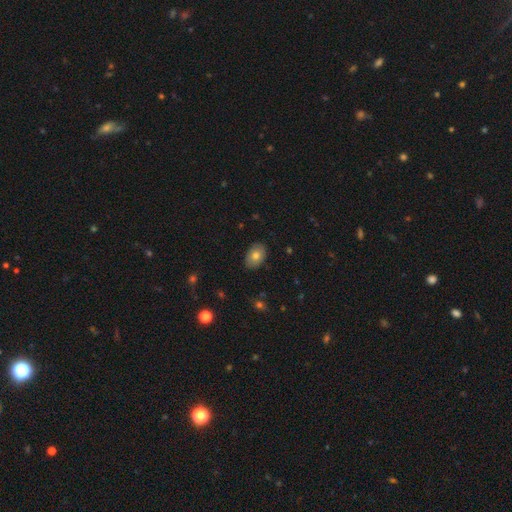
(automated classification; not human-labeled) A smooth galaxy with no disk features (75%) that is in between round and cigar-shaped (84%). Merging: none (86%).